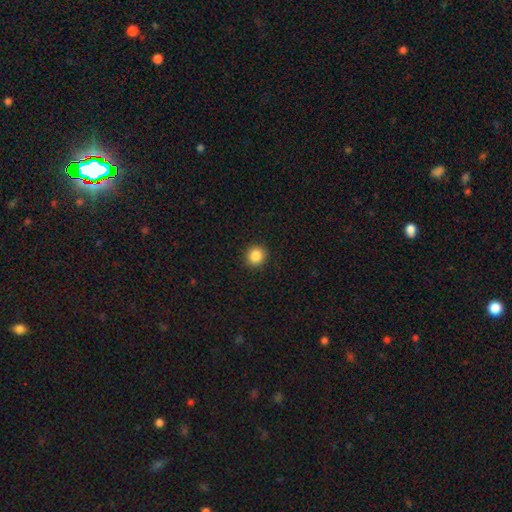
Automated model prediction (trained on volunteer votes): smooth 86%, star or artifact 10%, featured or disk 4%. Down the decision tree: how rounded — round (91%); merging — none (92%).